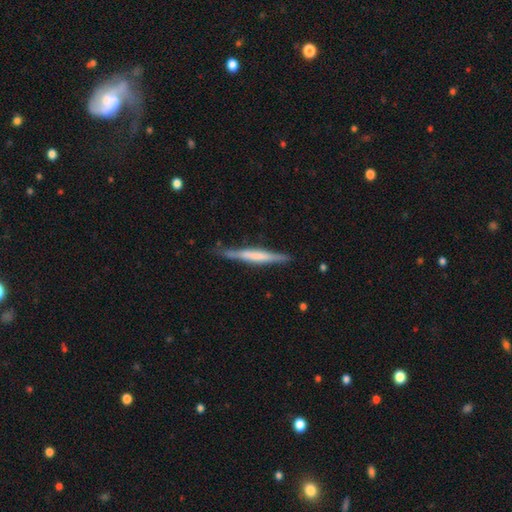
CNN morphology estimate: Smooth or featured? Predicted: featured or disk (p=0.52). Edge-on disk? Predicted: yes (p=0.96). Edge-on bulge? Predicted: none (p=0.49). Merging? Predicted: none (p=0.80).